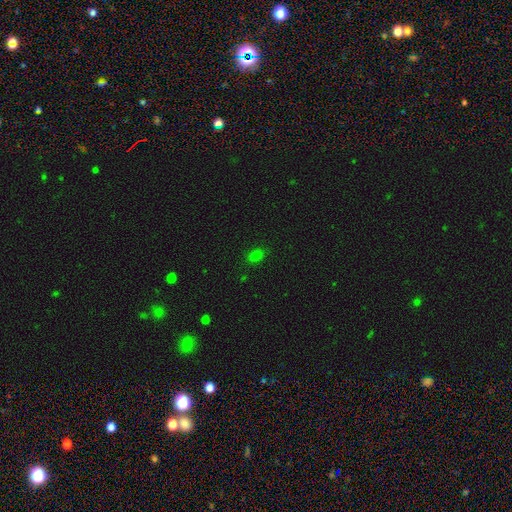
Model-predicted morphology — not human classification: This appears to be a smooth galaxy with no disk features (76%) that is in between round and cigar-shaped (63%). Merging: none (86%).